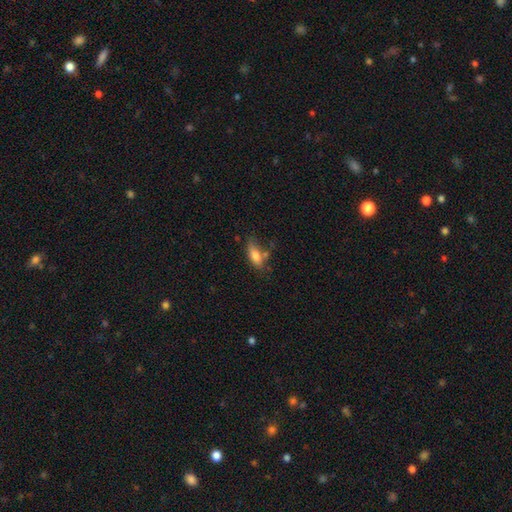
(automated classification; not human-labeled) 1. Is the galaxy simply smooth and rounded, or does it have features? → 75% smooth, 17% featured or disk, 8% star or artifact.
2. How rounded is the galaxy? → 75% in between, 22% cigar-shaped, 3% round.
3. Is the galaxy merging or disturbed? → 52% none, 25% minor disturbance, 14% merger, 9% major disturbance.